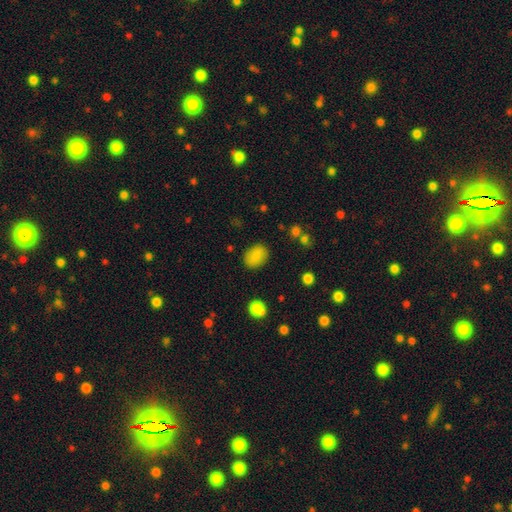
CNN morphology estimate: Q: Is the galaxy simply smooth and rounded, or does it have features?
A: smooth — 85%.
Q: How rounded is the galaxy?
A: in between — 68%.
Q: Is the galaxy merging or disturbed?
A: none — 85%.